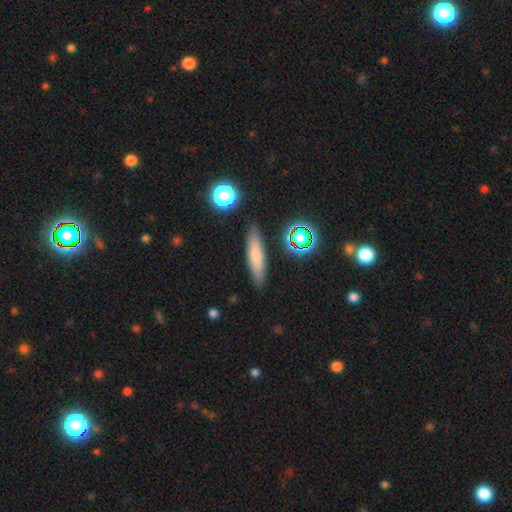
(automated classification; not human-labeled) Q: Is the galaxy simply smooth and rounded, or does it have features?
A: smooth — 71%.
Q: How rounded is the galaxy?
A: cigar-shaped — 76%.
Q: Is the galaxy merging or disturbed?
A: none — 88%.